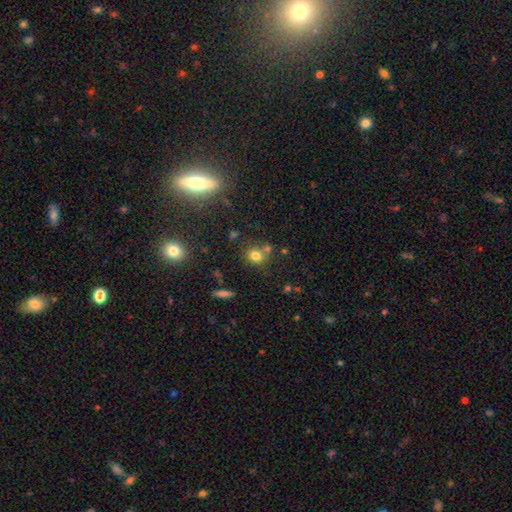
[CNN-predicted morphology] Smooth or featured: smooth — 75% (star or artifact — 16%)
How rounded: round — 82% (in between — 16%)
Merging: none — 65% (merger — 21%)